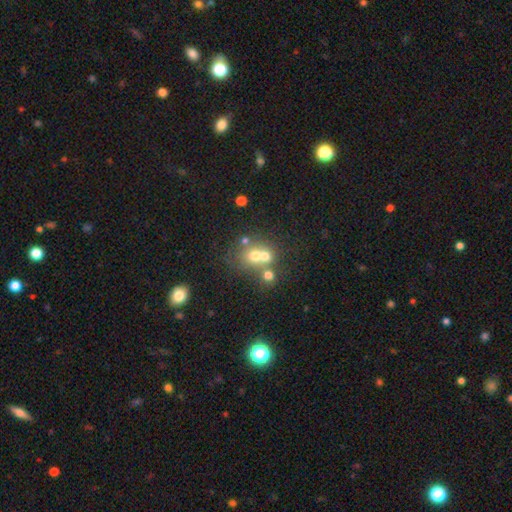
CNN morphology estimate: Smooth or featured? Predicted: smooth (p=0.61). How rounded? Predicted: round (p=0.77). Merging? Predicted: merger (p=0.51).